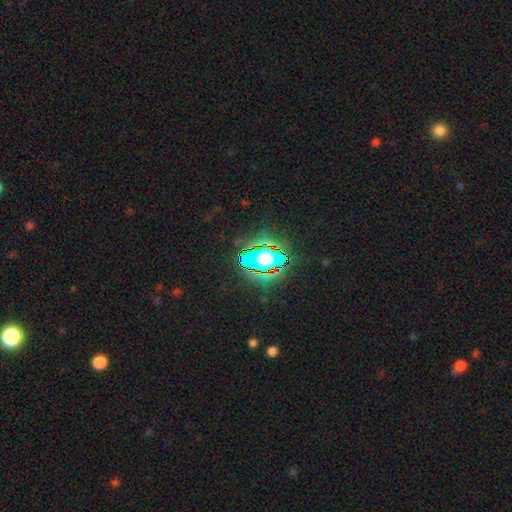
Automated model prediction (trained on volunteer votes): Smooth or featured?
  - star or artifact: 59% *
  - smooth: 25%
  - featured or disk: 16%